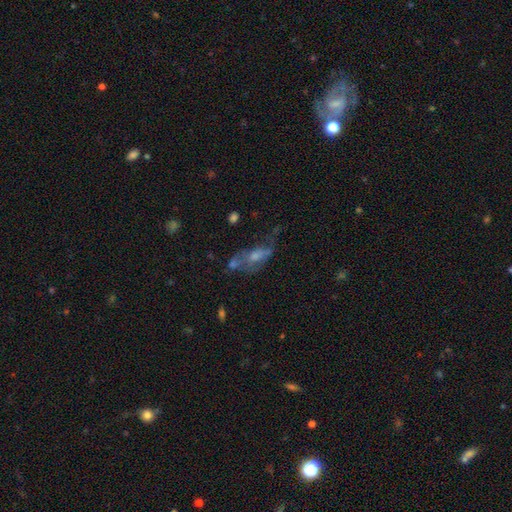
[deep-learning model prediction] Smooth or featured: featured or disk — 50% (smooth — 33%)
Merging: none — 36% (major disturbance — 27%)